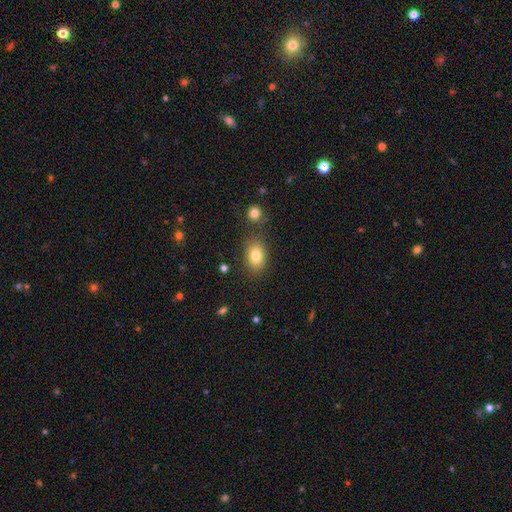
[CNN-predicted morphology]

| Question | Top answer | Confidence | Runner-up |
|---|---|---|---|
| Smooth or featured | smooth | 81% | featured or disk (10%) |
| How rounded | in between | 78% | round (20%) |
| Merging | none | 79% | minor disturbance (12%) |